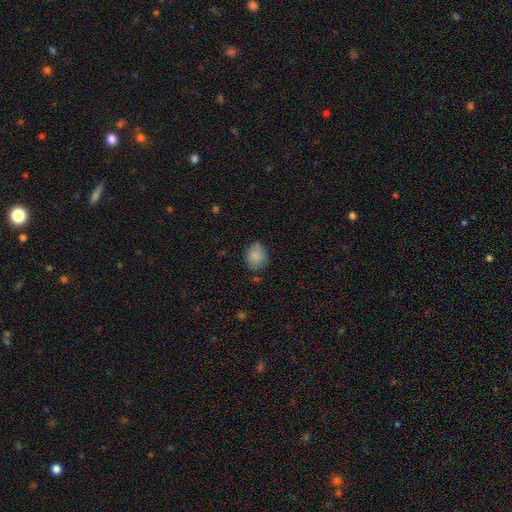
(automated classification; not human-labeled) Smooth or featured? Predicted: smooth (p=0.84). How rounded? Predicted: round (p=0.56). Merging? Predicted: none (p=0.66).